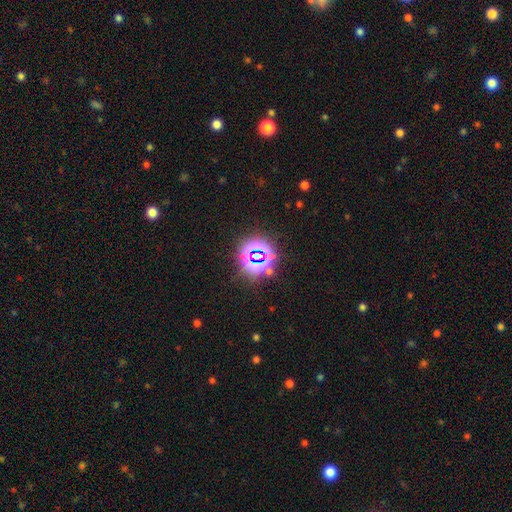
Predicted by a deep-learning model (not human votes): smooth-or-featured: star or artifact: 76% | smooth: 15% | featured or disk: 9%